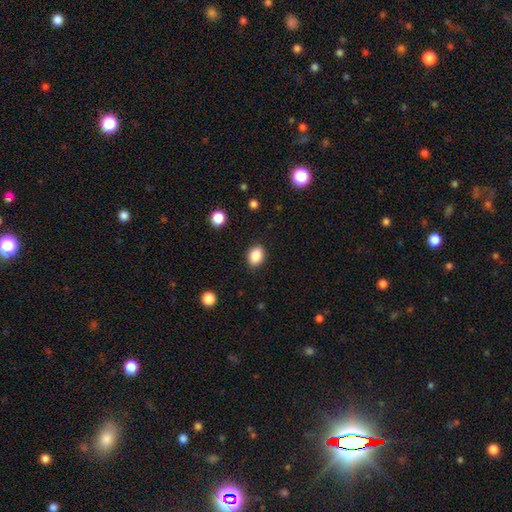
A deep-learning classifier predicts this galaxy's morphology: Smooth or featured: smooth — 87% (star or artifact — 9%)
How rounded: in between — 67% (round — 32%)
Merging: none — 88% (minor disturbance — 8%)